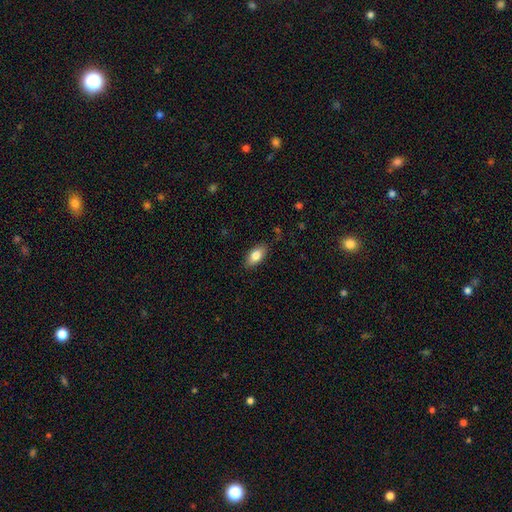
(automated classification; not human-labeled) smooth 82%, featured or disk 11%, star or artifact 7%. Down the decision tree: how rounded — in between (91%); merging — none (86%).